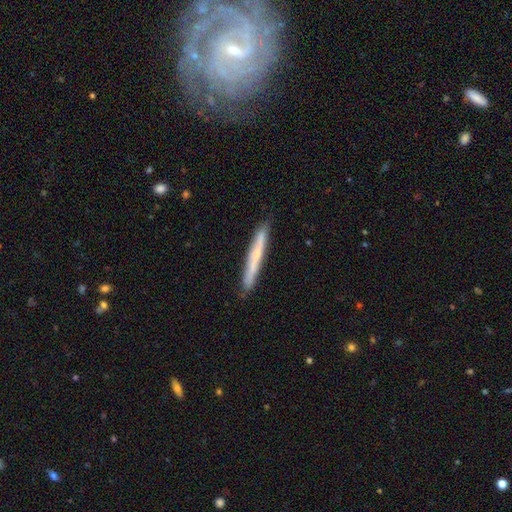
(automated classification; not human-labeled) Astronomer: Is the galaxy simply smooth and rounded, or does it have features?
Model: smooth — 51% (runner-up: featured or disk, 44%).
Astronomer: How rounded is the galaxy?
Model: cigar-shaped — 96%.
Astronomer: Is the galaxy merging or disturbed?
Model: none — 89%.